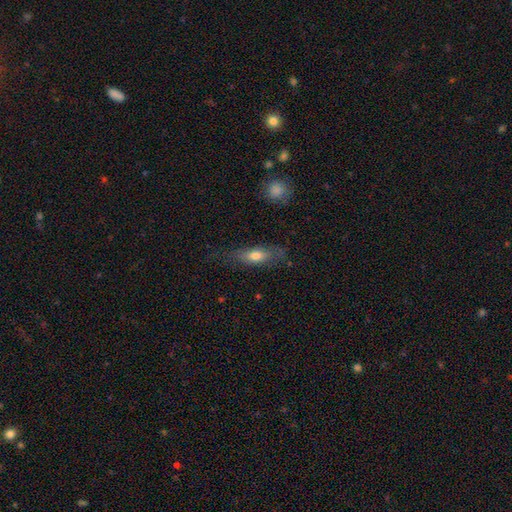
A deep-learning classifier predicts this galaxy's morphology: smooth-or-featured: smooth: 67% | featured or disk: 26% | star or artifact: 7%
  how-rounded: in between: 57% | cigar-shaped: 40% | round: 4%
  merging: none: 68% | minor disturbance: 21% | major disturbance: 9% | merger: 2%